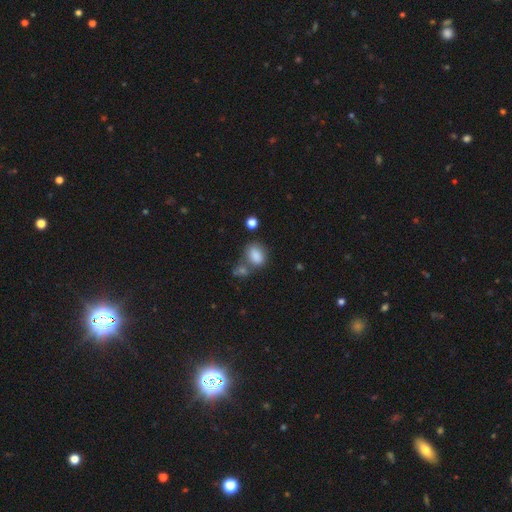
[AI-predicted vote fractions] Smooth or featured: smooth — 83% (star or artifact — 10%)
How rounded: in between — 77% (round — 22%)
Merging: none — 50% (merger — 26%)